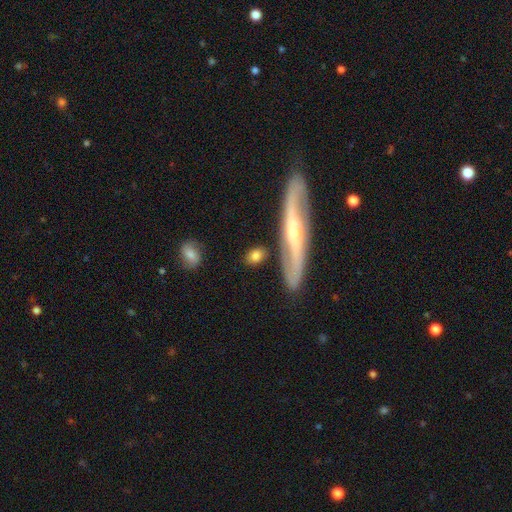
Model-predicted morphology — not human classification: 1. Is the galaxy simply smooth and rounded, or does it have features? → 75% smooth, 19% featured or disk, 6% star or artifact.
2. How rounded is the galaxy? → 58% in between, 26% round, 16% cigar-shaped.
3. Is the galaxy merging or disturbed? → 76% none, 12% minor disturbance, 7% merger, 5% major disturbance.